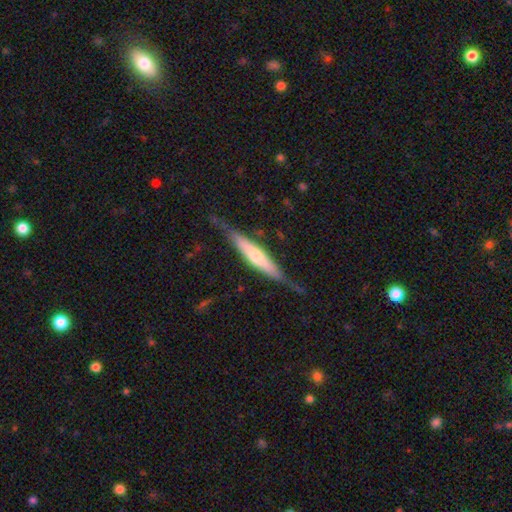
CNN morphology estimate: This is likely a featured or disk galaxy (63%). It is clearly viewed edge-on (90%). Edge-on bulge: likely rounded (69%). Merging: likely none (73%).